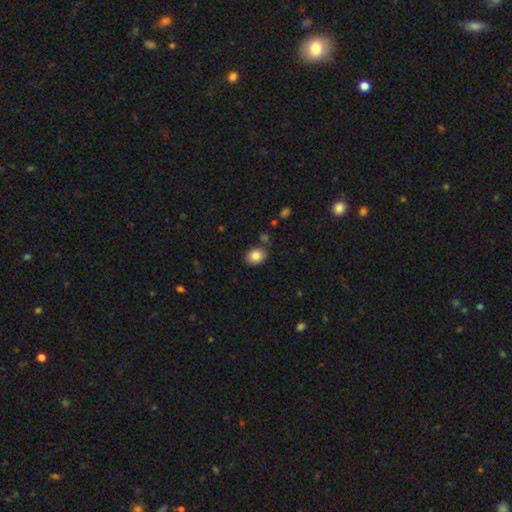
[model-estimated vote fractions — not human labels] Overall: smooth (86%). How rounded: round (58%; in between 41%). Merging: none (81%).